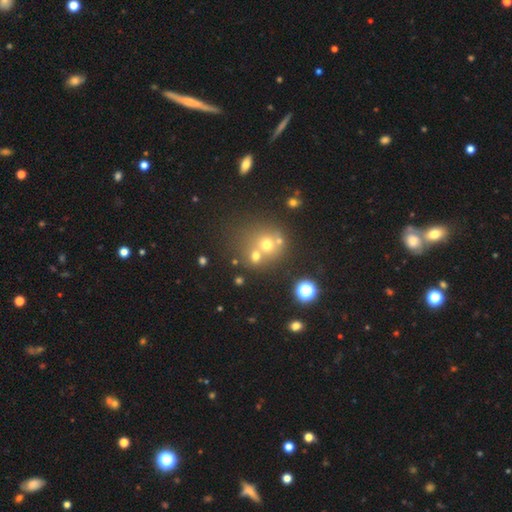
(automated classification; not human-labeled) Smooth or featured? Predicted: smooth (p=0.61). How rounded? Predicted: round (p=0.82). Merging? Predicted: none (p=0.48).